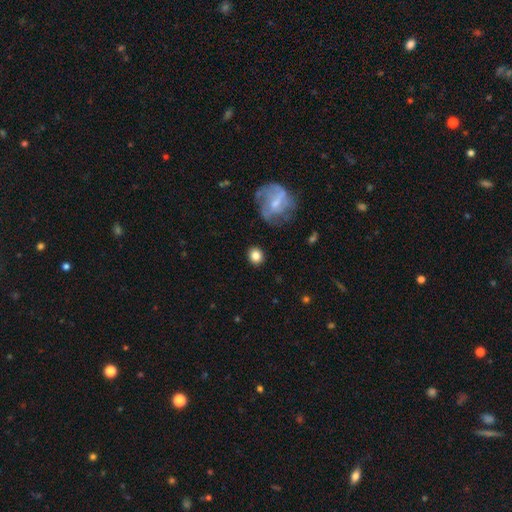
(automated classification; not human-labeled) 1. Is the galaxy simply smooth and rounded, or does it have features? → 82% smooth, 9% star or artifact, 9% featured or disk.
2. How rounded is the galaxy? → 78% round, 21% in between, 1% cigar-shaped.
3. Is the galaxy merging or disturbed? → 88% none, 8% minor disturbance, 3% major disturbance, 2% merger.